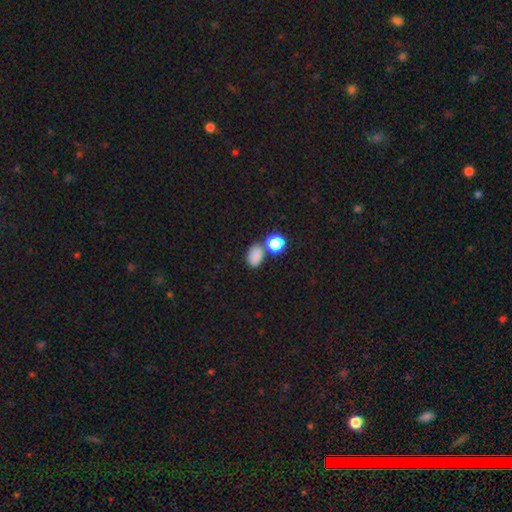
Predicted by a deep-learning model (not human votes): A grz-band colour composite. It shows a smooth galaxy with no disk features (83%) that is in between round and cigar-shaped (79%). Merging: none (63%).